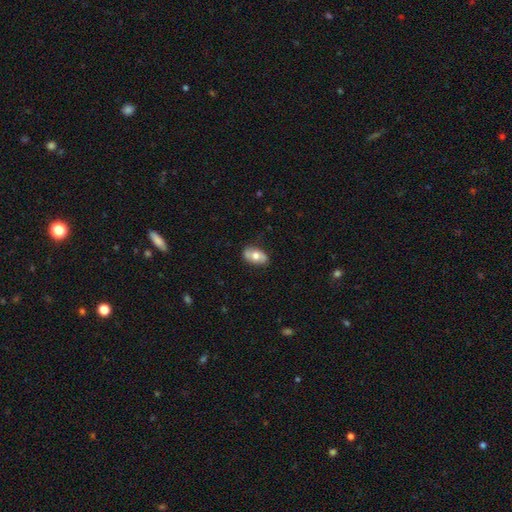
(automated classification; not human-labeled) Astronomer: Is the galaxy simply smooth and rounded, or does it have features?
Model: smooth — 56% (runner-up: featured or disk, 37%).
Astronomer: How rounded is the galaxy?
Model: in between — 90%.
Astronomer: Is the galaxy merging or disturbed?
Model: none — 78%.